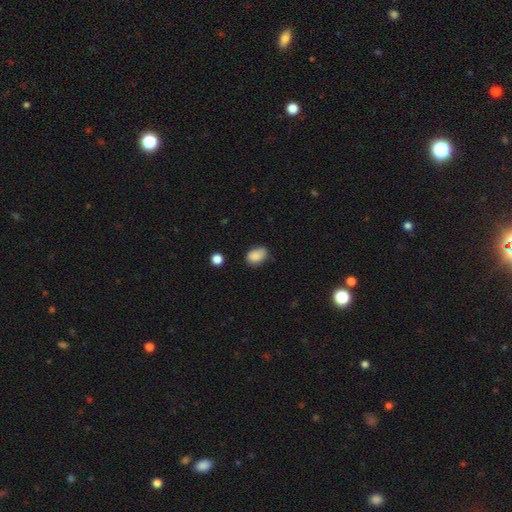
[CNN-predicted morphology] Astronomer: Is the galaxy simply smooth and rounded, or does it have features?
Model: smooth — 87%.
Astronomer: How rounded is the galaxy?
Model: in between — 82%.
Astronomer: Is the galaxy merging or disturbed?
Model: none — 66%.